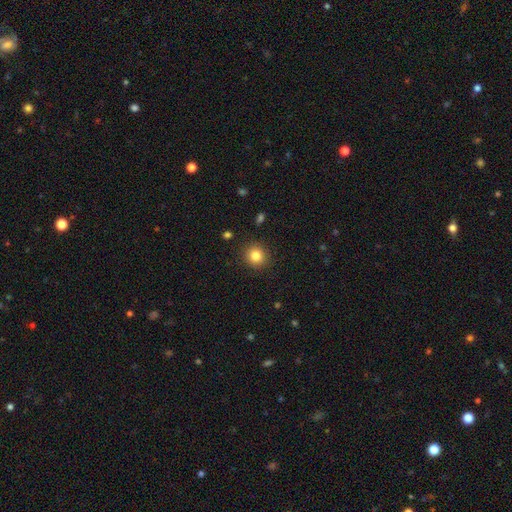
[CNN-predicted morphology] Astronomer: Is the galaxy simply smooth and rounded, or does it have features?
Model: smooth — 83%.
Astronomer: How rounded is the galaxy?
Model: round — 89%.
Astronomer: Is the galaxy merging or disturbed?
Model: none — 90%.